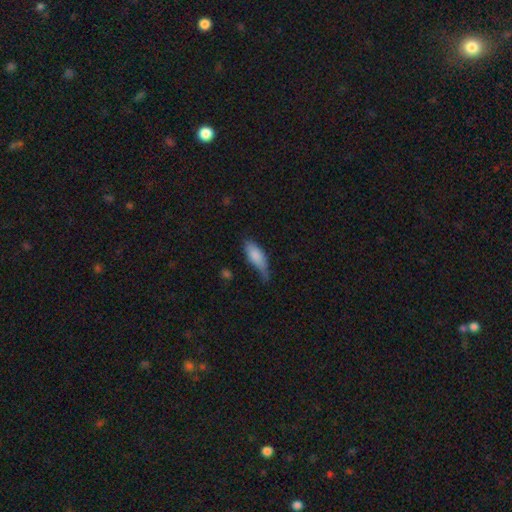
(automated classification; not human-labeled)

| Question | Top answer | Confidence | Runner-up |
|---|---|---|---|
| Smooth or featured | smooth | 81% | featured or disk (12%) |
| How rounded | in between | 71% | cigar-shaped (26%) |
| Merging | minor disturbance | 44% | none (39%) |